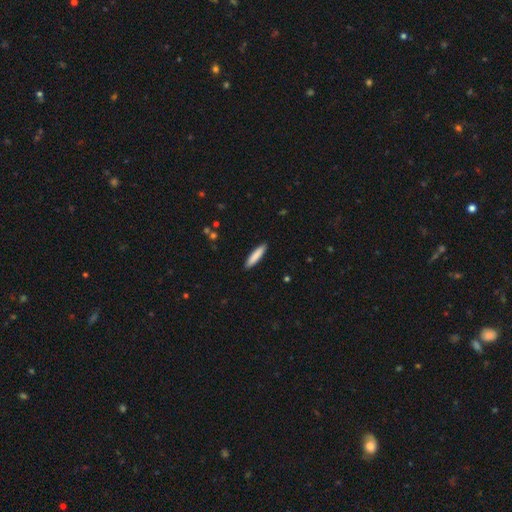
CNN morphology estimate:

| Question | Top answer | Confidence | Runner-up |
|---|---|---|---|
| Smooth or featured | smooth | 85% | featured or disk (9%) |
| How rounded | cigar-shaped | 84% | in between (15%) |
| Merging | none | 91% | minor disturbance (7%) |